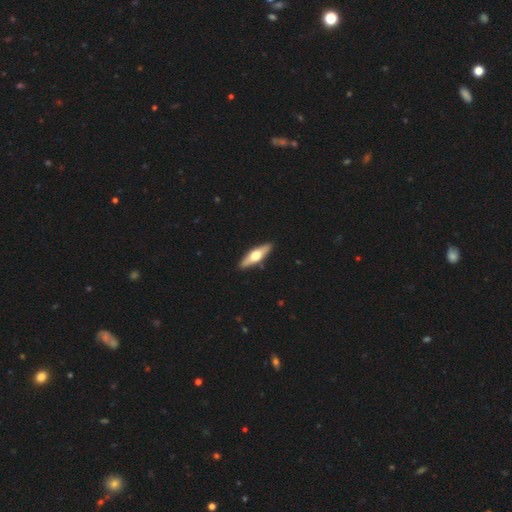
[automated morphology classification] This appears to be a featured or disk galaxy (50%) viewed edge-on (89%). Merging: none (90%).